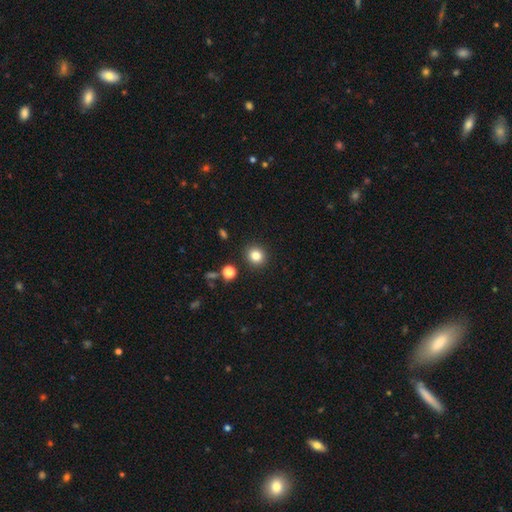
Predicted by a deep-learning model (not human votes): The model was most divided on "smooth or featured": smooth: 83%, star or artifact: 12%, featured or disk: 5%. More confident: merging — none (90%); how rounded — round (89%).